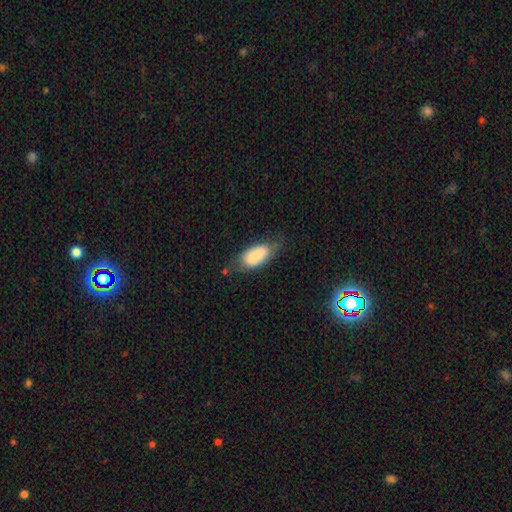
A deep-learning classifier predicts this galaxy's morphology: Q: Smooth or featured?
A: smooth (78%); runner-up: featured or disk (15%)
Q: How rounded?
A: in between (88%); runner-up: cigar-shaped (9%)
Q: Merging?
A: none (54%); runner-up: minor disturbance (30%)